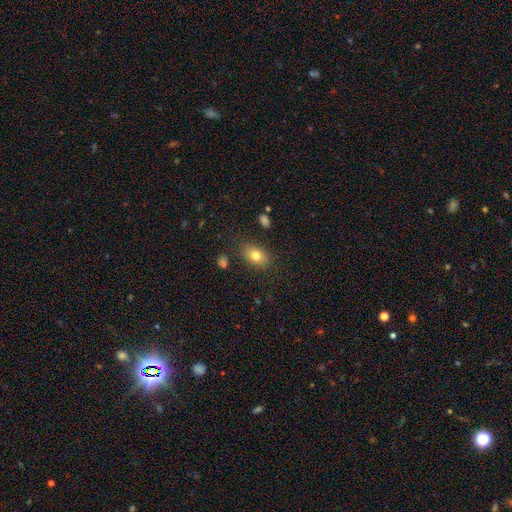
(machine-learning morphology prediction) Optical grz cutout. It shows a smooth galaxy with no disk features (79%) that is in between round and cigar-shaped (80%). Merging: none (83%).